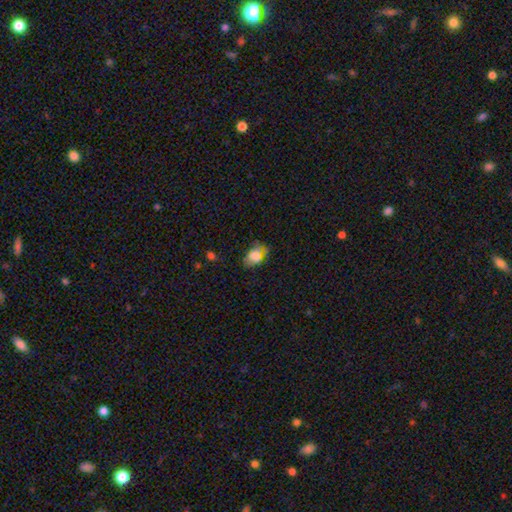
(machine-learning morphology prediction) This appears to be a smooth galaxy with no disk features (70%) that is in between round and cigar-shaped (81%). Merging: none (52%).